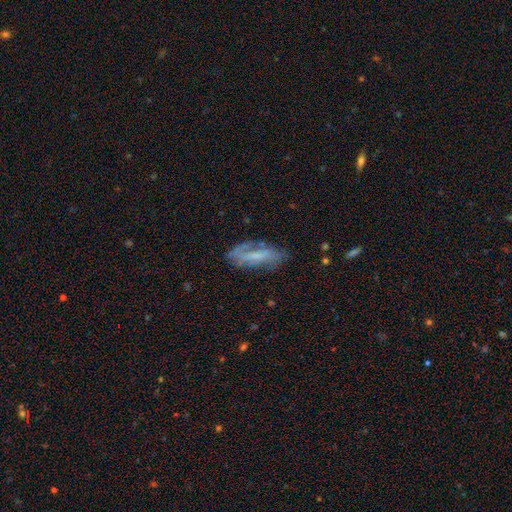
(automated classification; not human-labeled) Smooth or featured: featured or disk — 54% (smooth — 38%)
Edge-on disk: no — 79% (yes — 21%)
Merging: none — 57% (minor disturbance — 25%)